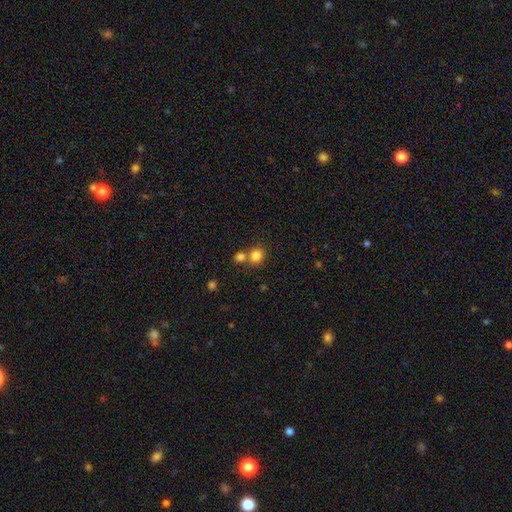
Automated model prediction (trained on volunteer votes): A smooth galaxy with no disk features (82%) that is round (80%).

Vote fractions:
- Smooth or featured? smooth: 82% / star or artifact: 11% / featured or disk: 6%
- How rounded? round: 80% / in between: 19% / cigar-shaped: 1%
- Merging? none: 54% / merger: 35% / minor disturbance: 8% / major disturbance: 3%